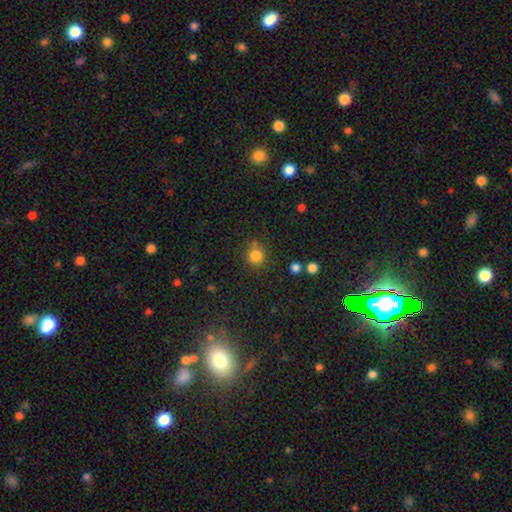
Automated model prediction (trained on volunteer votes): Smooth or featured?
  - smooth: 82% *
  - star or artifact: 13%
  - featured or disk: 5%
How rounded?
  - round: 91% *
  - in between: 8%
  - cigar-shaped: 1%
Merging?
  - none: 75% *
  - minor disturbance: 12%
  - merger: 9%
  - major disturbance: 4%